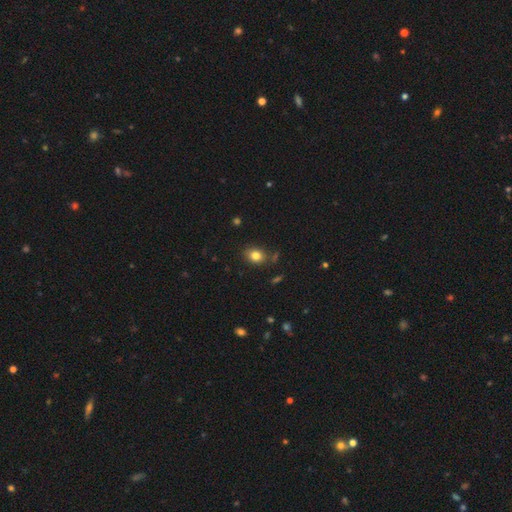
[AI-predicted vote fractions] Q: Smooth or featured?
A: smooth (81%); runner-up: star or artifact (11%)
Q: How rounded?
A: in between (52%); runner-up: round (47%)
Q: Merging?
A: none (80%); runner-up: minor disturbance (13%)